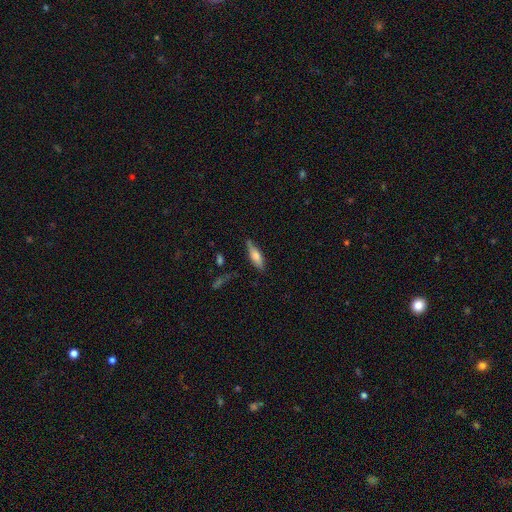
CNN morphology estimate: Smooth or featured? smooth (61%)
How rounded? cigar-shaped (53%)
Merging? none (70%)